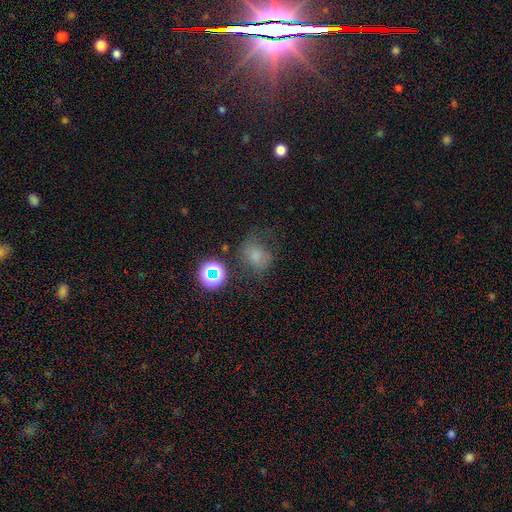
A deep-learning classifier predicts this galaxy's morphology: type=smooth (67%); roundness=round (61%); merging=none (48%).